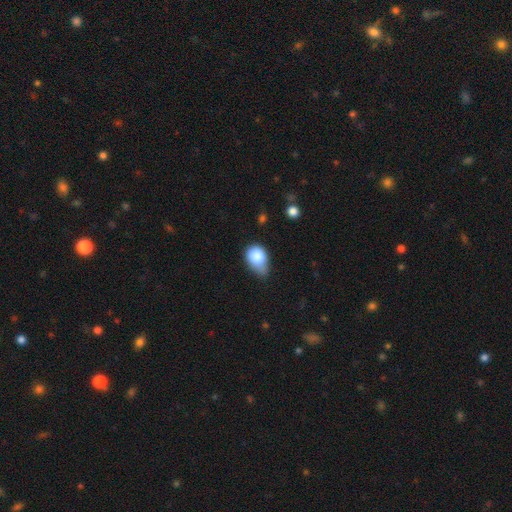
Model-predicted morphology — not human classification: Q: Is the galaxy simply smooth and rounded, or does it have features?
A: smooth — 84%.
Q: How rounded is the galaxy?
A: in between — 59%.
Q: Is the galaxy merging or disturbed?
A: minor disturbance — 50%.